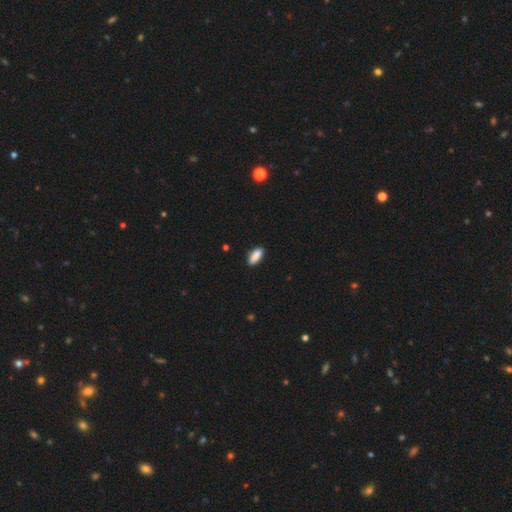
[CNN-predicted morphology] A smooth galaxy with no disk features (88%) that is in between round and cigar-shaped (77%). Merging: none (87%).